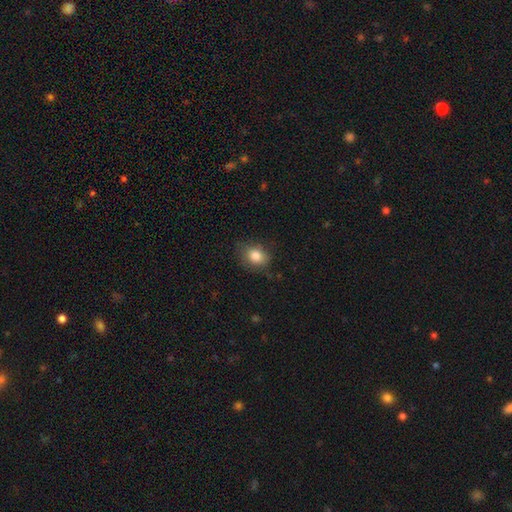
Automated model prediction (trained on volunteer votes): Smooth or featured: smooth — 83% (star or artifact — 9%)
How rounded: in between — 56% (round — 43%)
Merging: none — 76% (minor disturbance — 18%)